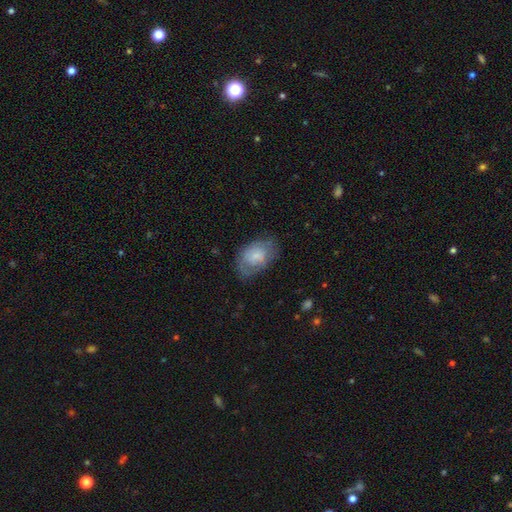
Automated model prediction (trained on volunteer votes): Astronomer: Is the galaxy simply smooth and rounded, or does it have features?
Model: smooth — 62%.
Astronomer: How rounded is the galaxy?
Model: in between — 82%.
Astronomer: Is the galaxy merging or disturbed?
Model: none — 57%.